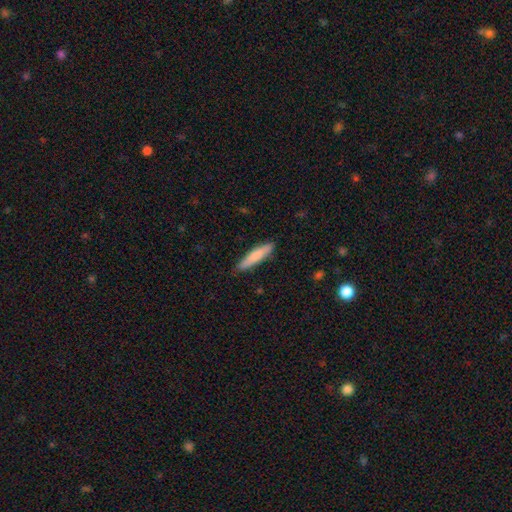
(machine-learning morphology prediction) A smooth galaxy with no disk features (79%) that is cigar-shaped (86%).

Vote fractions:
- Smooth or featured? smooth: 79% / featured or disk: 15% / star or artifact: 5%
- How rounded? cigar-shaped: 86% / in between: 13% / round: 1%
- Merging? none: 86% / minor disturbance: 11% / major disturbance: 2% / merger: 1%